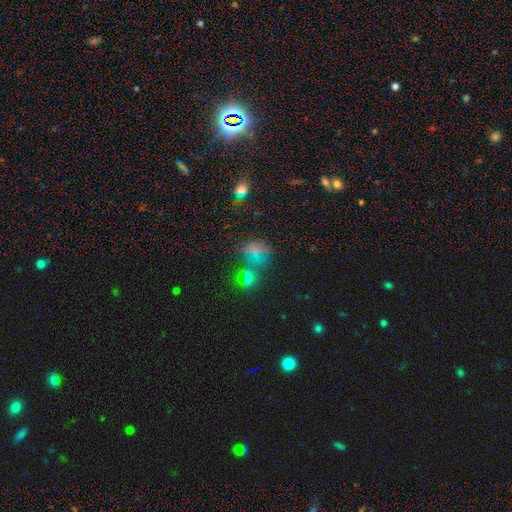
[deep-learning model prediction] Smooth or featured? Predicted: smooth (p=0.46). Merging? Predicted: none (p=0.61).